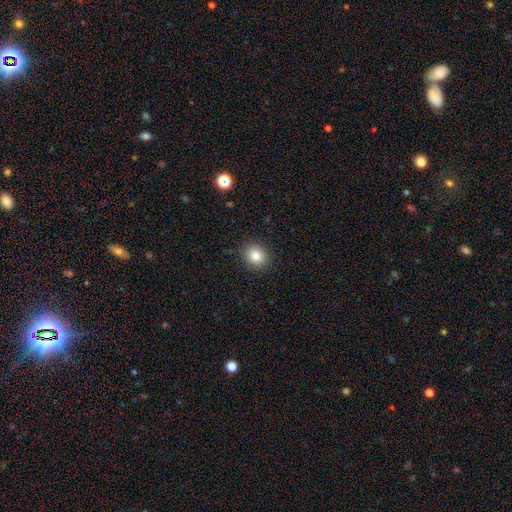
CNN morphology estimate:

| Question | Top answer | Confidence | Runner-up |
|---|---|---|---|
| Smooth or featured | smooth | 82% | star or artifact (11%) |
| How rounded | round | 79% | in between (20%) |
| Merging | none | 90% | minor disturbance (7%) |